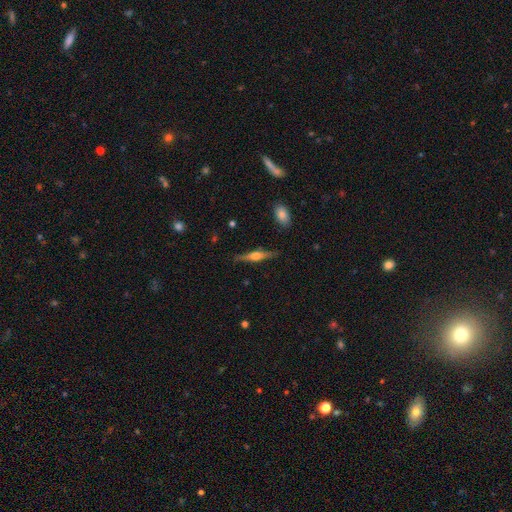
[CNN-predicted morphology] Q: Smooth or featured?
A: featured or disk (70%); runner-up: smooth (24%)
Q: Edge-on disk?
A: yes (97%); runner-up: no (3%)
Q: Edge-on bulge?
A: rounded (90%); runner-up: boxy (7%)
Q: Merging?
A: none (88%); runner-up: minor disturbance (9%)